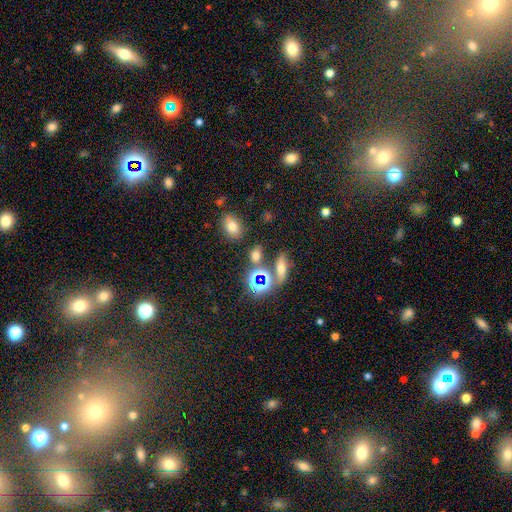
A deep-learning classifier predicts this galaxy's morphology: Q: Smooth or featured?
A: smooth (51%); runner-up: star or artifact (38%)
Q: How rounded?
A: in between (64%); runner-up: round (27%)
Q: Merging?
A: none (68%); runner-up: merger (16%)